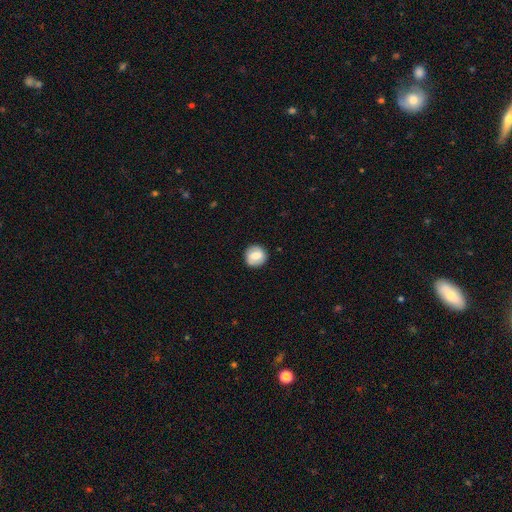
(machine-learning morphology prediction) The model was most divided on "smooth or featured": smooth: 62%, featured or disk: 30%, star or artifact: 8%. More confident: how rounded — round (88%); merging — none (87%).